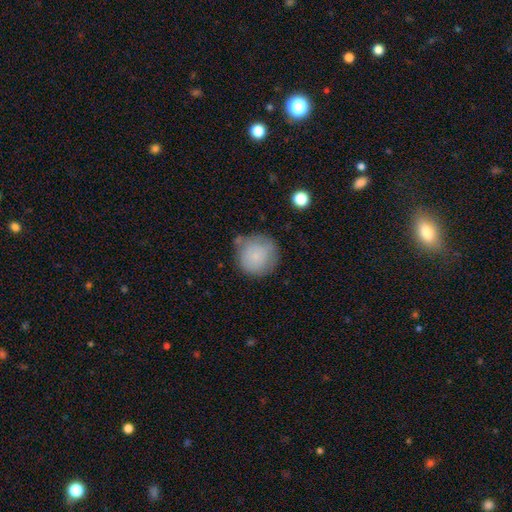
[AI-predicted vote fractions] A smooth galaxy with no disk features (80%) that is round (94%). Merging: none (65%).